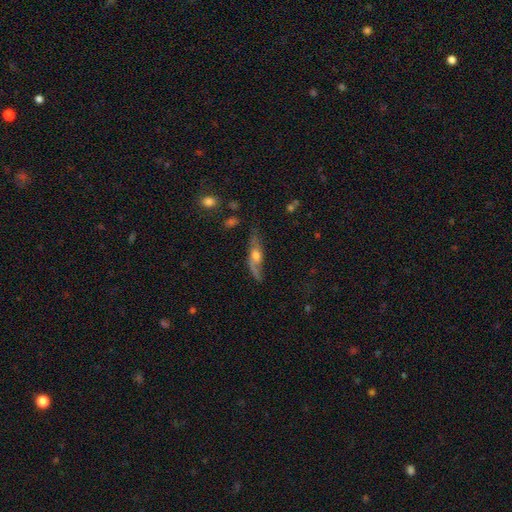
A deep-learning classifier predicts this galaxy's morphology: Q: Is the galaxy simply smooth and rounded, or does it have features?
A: featured or disk — 62%.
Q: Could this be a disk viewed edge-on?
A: yes — 52%.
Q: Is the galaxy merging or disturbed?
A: none — 52%.